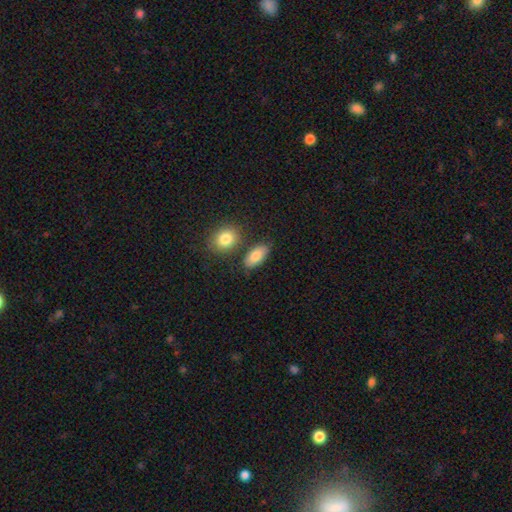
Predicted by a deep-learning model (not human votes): Overall: smooth (82%). How rounded: in between (89%). Merging: none (73%).